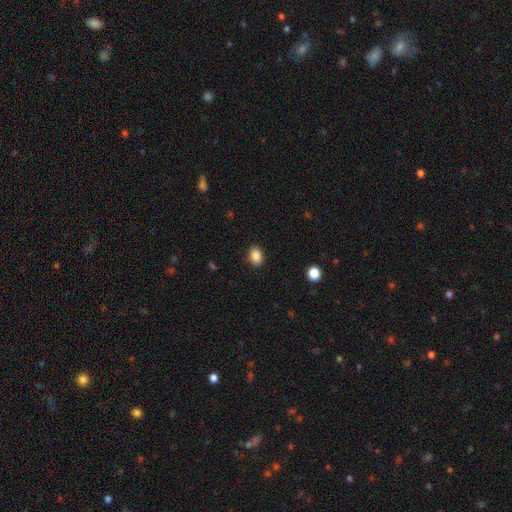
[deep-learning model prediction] smooth 88%, star or artifact 9%, featured or disk 3%. Down the decision tree: how rounded — in between (77%); merging — none (88%).